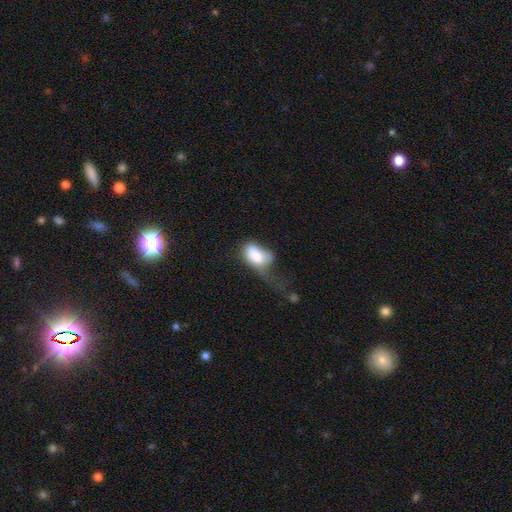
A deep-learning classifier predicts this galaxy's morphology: smooth 77%, featured or disk 16%, star or artifact 7%. Down the decision tree: how rounded — in between (90%); merging — major disturbance (57%).